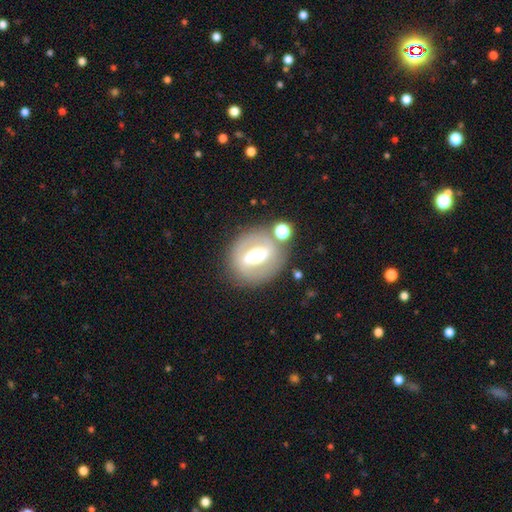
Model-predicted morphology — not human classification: Smooth or featured: featured or disk — 64% (smooth — 28%)
Edge-on disk: no — 91% (yes — 9%)
Bar: strong — 52% (weak — 31%)
Spiral arms: no — 62% (yes — 38%)
Bulge size: moderate — 63% (large — 19%)
Merging: none — 71% (minor disturbance — 14%)